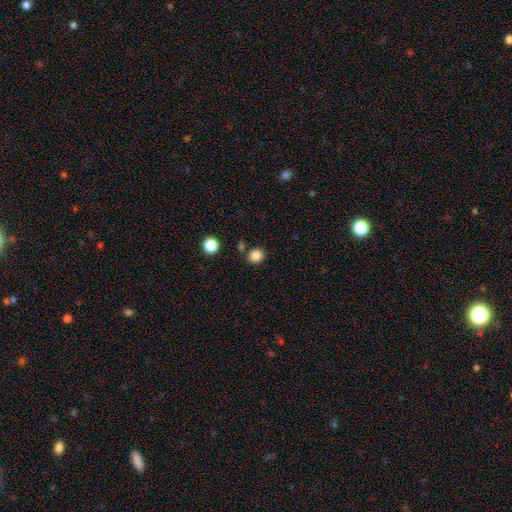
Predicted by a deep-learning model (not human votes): Smooth or featured?
  - smooth: 85% *
  - star or artifact: 11%
  - featured or disk: 4%
How rounded?
  - round: 75% *
  - in between: 24%
  - cigar-shaped: 1%
Merging?
  - none: 81% *
  - minor disturbance: 9%
  - merger: 7%
  - major disturbance: 3%